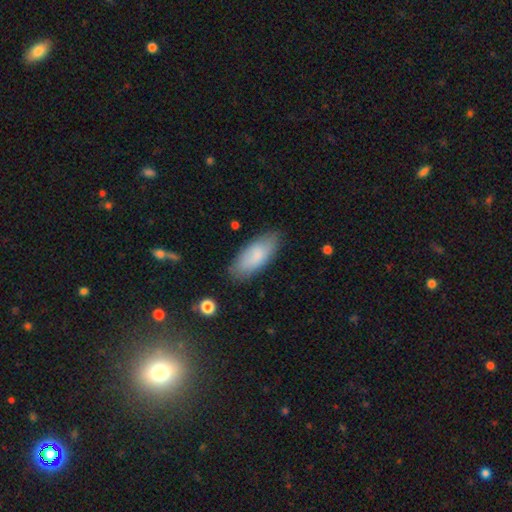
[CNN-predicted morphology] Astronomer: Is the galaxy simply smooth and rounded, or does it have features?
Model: smooth — 82%.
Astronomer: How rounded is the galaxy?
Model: in between — 82%.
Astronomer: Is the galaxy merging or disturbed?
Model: none — 81%.